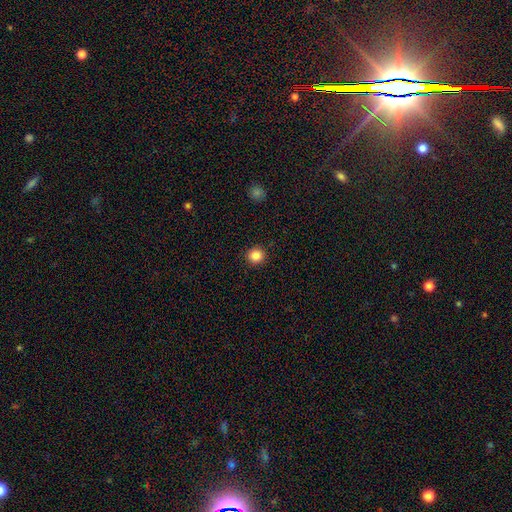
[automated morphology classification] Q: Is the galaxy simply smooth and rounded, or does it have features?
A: smooth — 87%.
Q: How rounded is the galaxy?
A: round — 93%.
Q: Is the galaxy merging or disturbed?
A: none — 92%.